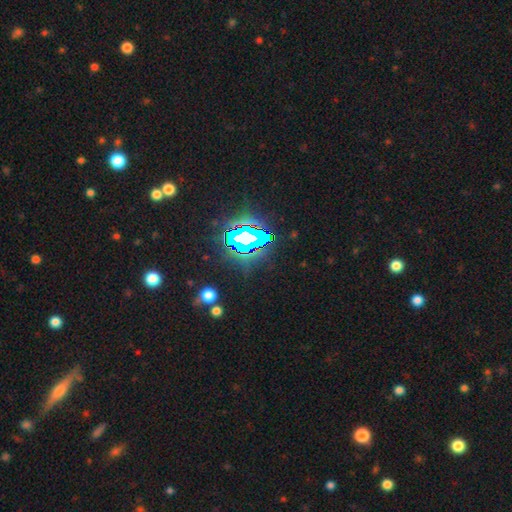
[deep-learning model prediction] smooth-or-featured: star or artifact: 83% | smooth: 10% | featured or disk: 7%